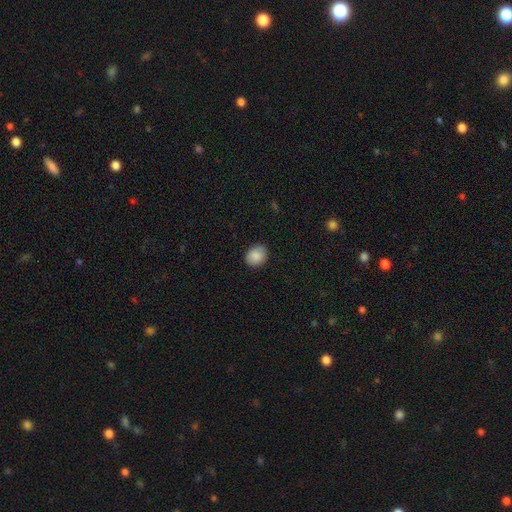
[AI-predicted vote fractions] Smooth or featured: smooth — 87% (star or artifact — 8%)
How rounded: round — 59% (in between — 40%)
Merging: none — 87% (minor disturbance — 10%)